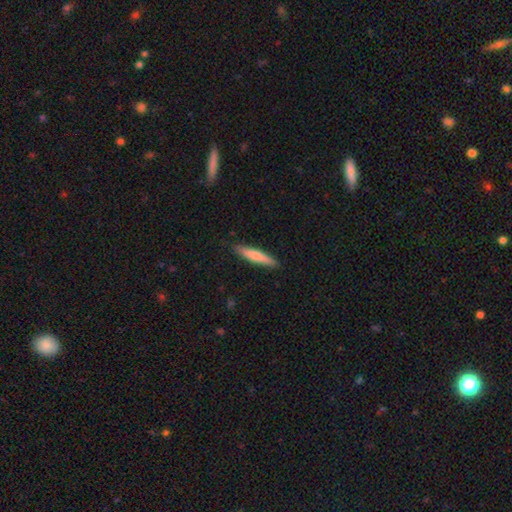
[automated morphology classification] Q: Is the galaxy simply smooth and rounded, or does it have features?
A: smooth — 75%.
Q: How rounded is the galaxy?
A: cigar-shaped — 89%.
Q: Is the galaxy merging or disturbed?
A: none — 88%.